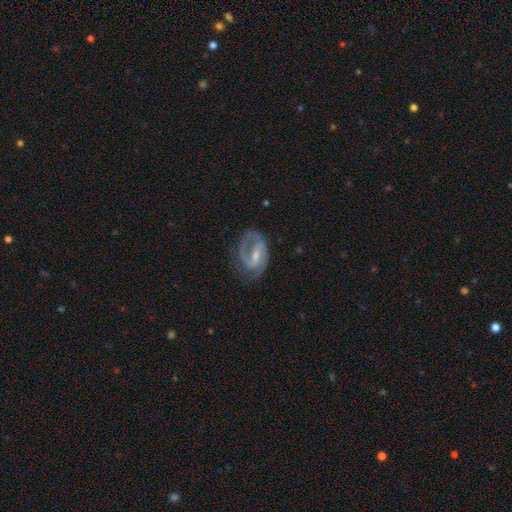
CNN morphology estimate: The model was most divided on "bulge size": small: 53%, moderate: 39%, none: 6%, large: 2%, dominant: 1%. Remaining: edge-on disk — no (97%); spiral arms — yes (94%); smooth or featured — featured or disk (86%); spiral arm count — 2 (77%); merging — none (67%); spiral winding — medium (51%); bar — weak (47%).